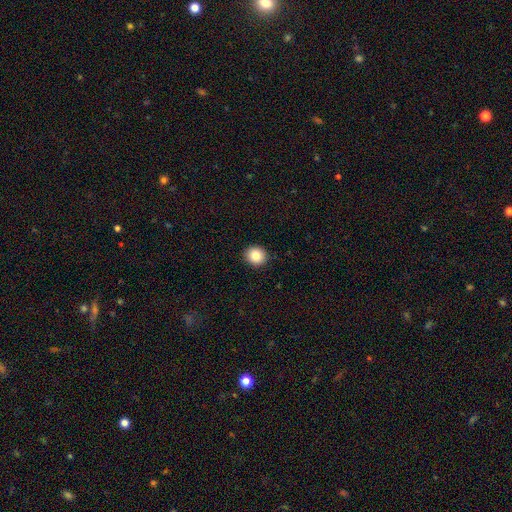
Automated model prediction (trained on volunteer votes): This is clearly a smooth galaxy (84%). How rounded: clearly round (84%). Merging: clearly none (92%).